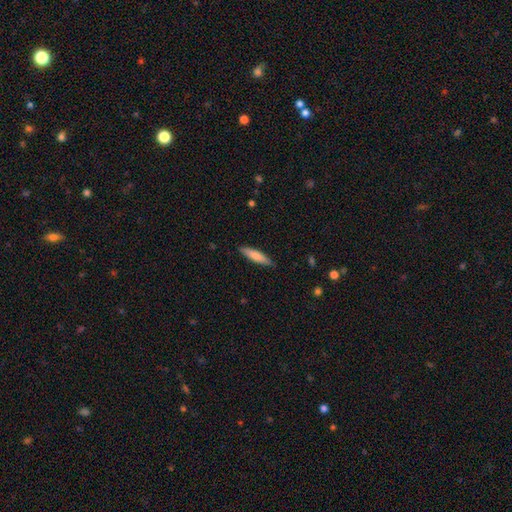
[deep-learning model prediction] Smooth or featured? smooth (77%)
How rounded? cigar-shaped (76%)
Merging? none (87%)